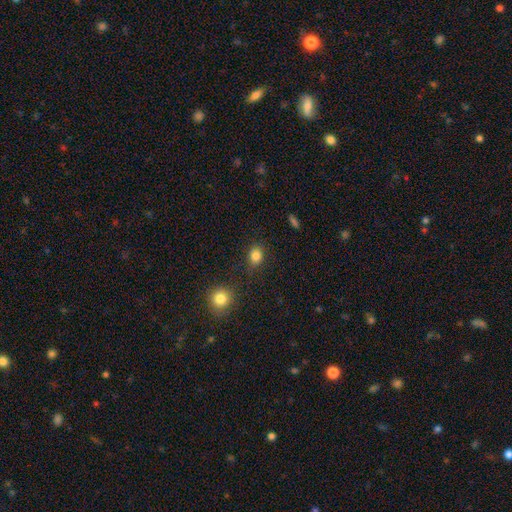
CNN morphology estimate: Overall: smooth (84%). How rounded: round (57%; in between 42%). Merging: none (84%).